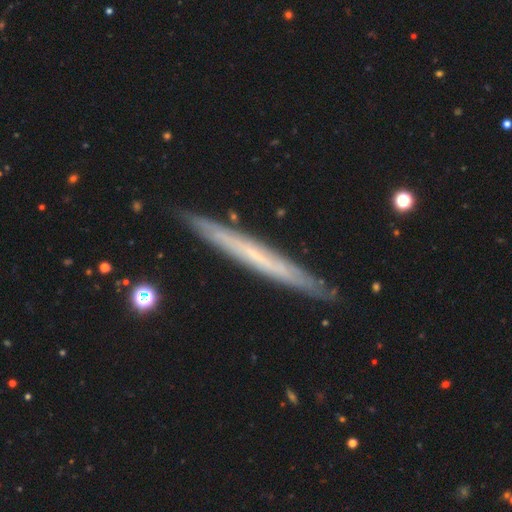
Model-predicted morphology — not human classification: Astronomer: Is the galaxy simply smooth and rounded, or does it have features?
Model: featured or disk — 61%.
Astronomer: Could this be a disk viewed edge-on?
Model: yes — 93%.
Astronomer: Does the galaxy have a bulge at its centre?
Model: none — 86%.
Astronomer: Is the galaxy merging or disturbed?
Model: none — 89%.